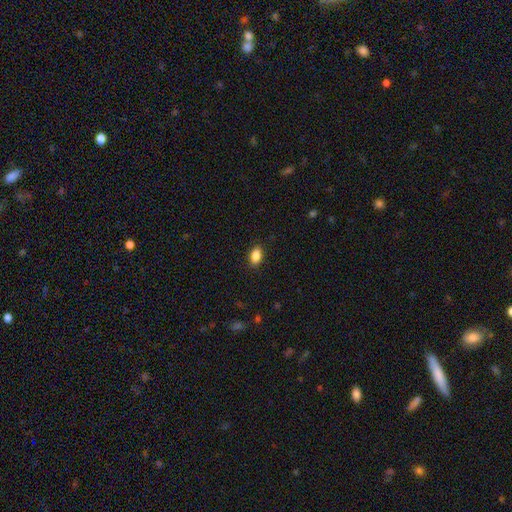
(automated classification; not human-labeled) A smooth galaxy with no disk features (87%) that is in between round and cigar-shaped (89%). Merging: none (89%).